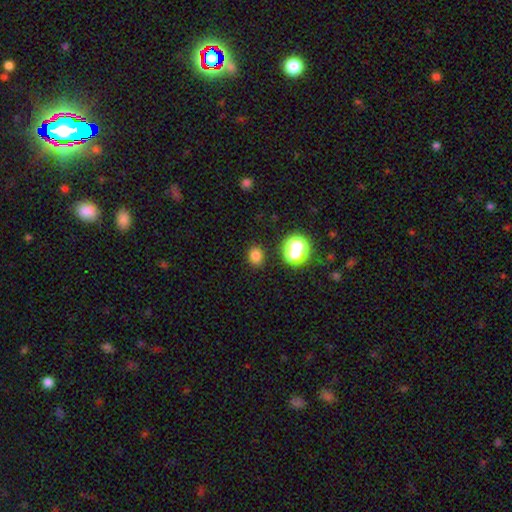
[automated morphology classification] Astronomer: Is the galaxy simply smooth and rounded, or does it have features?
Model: smooth — 77%.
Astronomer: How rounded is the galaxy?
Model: round — 60% (runner-up: in between, 39%).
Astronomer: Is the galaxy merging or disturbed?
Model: none — 85%.